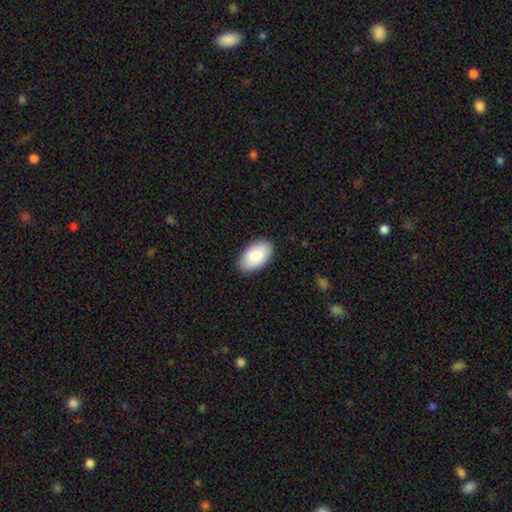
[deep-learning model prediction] Q: Smooth or featured?
A: smooth (87%); runner-up: featured or disk (7%)
Q: How rounded?
A: in between (96%); runner-up: round (3%)
Q: Merging?
A: none (88%); runner-up: minor disturbance (9%)